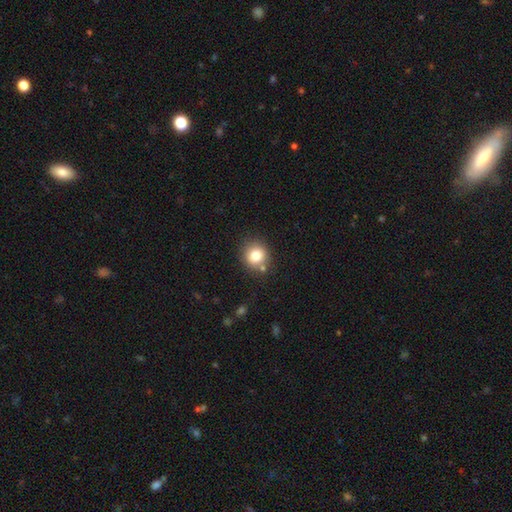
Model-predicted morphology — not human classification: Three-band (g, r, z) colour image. It shows a smooth galaxy with no disk features (80%) that is round (87%). Merging: none (77%).